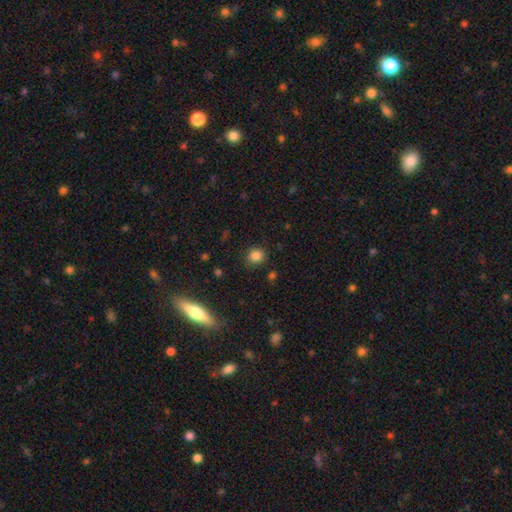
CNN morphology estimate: smooth_or_featured: smooth (p=0.84) [alt: star or artifact p=0.11]
how_rounded: round (p=0.72) [alt: in between p=0.26]
merging: none (p=0.85) [alt: minor disturbance p=0.10]